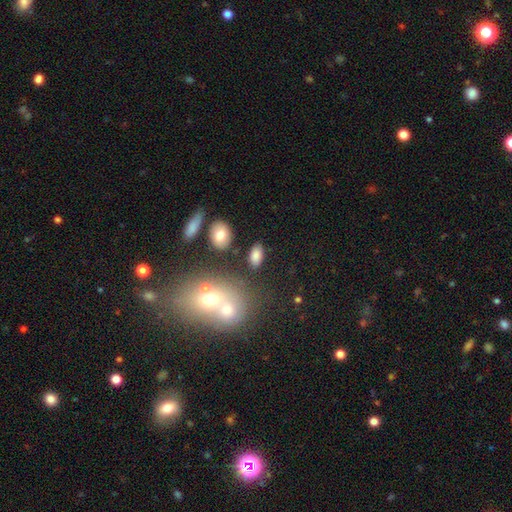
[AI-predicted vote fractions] Morphology: type=smooth (81%); roundness=in between (90%); merging=none (79%).